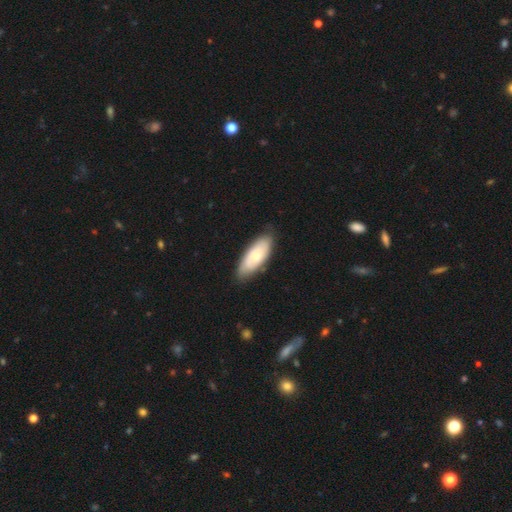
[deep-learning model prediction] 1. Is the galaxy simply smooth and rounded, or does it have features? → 54% smooth, 41% featured or disk, 5% star or artifact.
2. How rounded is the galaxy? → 82% in between, 16% cigar-shaped, 2% round.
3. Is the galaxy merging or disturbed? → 80% none, 16% minor disturbance, 3% major disturbance, 1% merger.